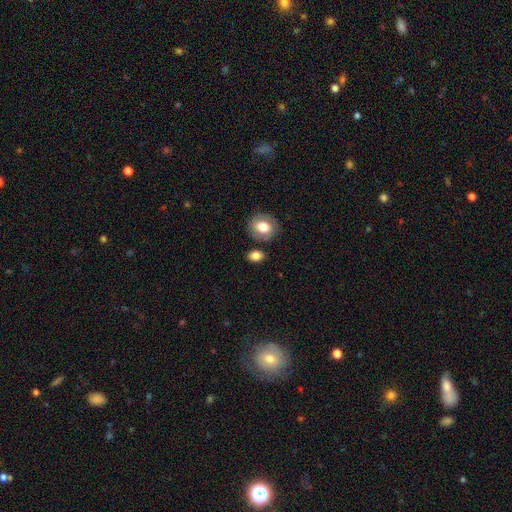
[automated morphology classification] A smooth galaxy with no disk features (83%) that is in between round and cigar-shaped (61%).

Vote fractions:
- Smooth or featured? smooth: 83% / star or artifact: 9% / featured or disk: 9%
- How rounded? in between: 61% / round: 38% / cigar-shaped: 2%
- Merging? none: 74% / minor disturbance: 13% / merger: 9% / major disturbance: 4%